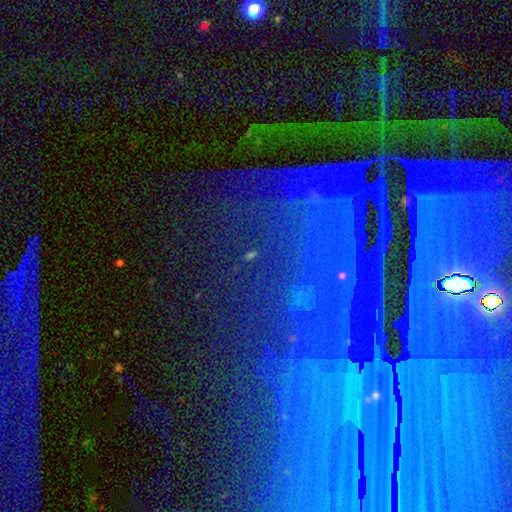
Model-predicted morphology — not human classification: This appears to be a star or artifact, not a galaxy (69%).